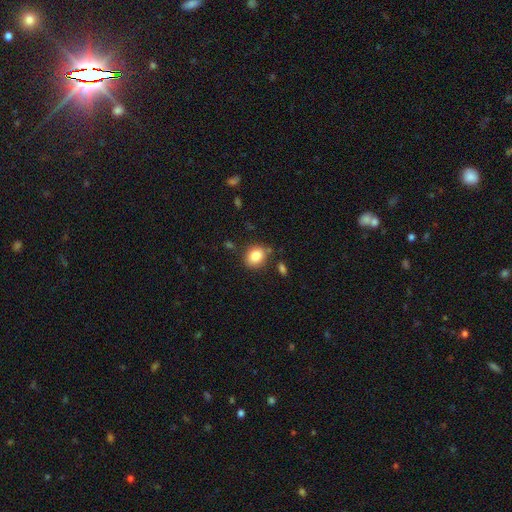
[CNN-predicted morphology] type=smooth (85%); roundness=round (55%); merging=none (78%).